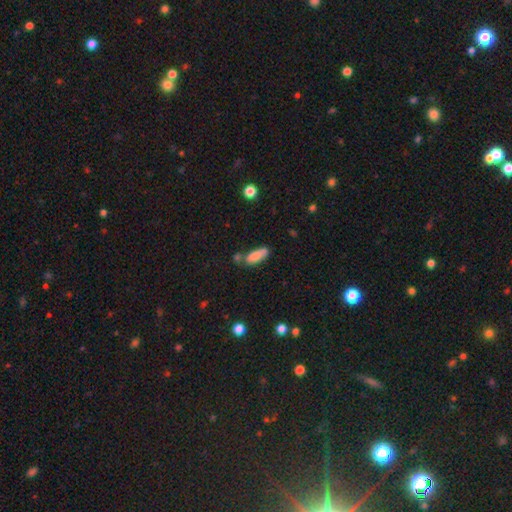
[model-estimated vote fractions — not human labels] A smooth galaxy with no disk features (80%) that is in between round and cigar-shaped (73%).

Vote fractions:
- Smooth or featured? smooth: 80% / featured or disk: 12% / star or artifact: 8%
- How rounded? in between: 73% / cigar-shaped: 25% / round: 2%
- Merging? none: 50% / merger: 23% / minor disturbance: 21% / major disturbance: 6%